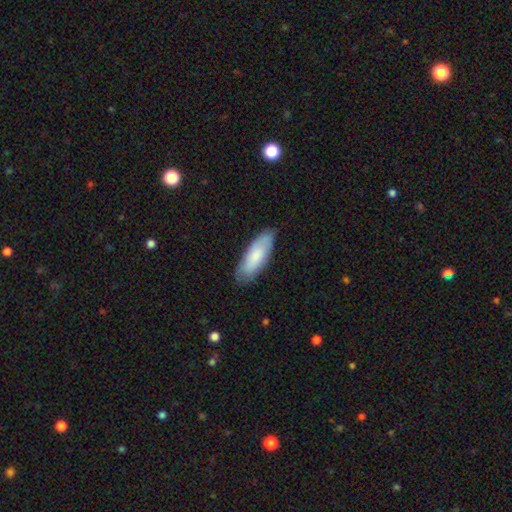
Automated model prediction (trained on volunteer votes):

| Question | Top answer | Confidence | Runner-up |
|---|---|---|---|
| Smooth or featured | smooth | 77% | featured or disk (18%) |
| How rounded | in between | 69% | cigar-shaped (29%) |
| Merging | none | 78% | minor disturbance (18%) |